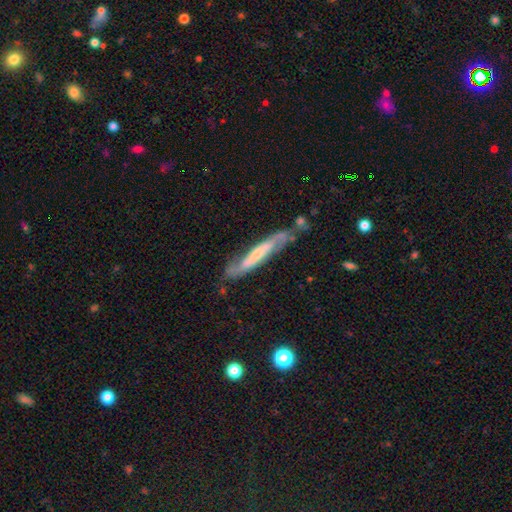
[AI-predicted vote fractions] smooth-or-featured: featured or disk: 67% | smooth: 26% | star or artifact: 6%
  disk-edge-on: yes: 56% | no: 44%
  merging: none: 65% | minor disturbance: 23% | major disturbance: 7% | merger: 5%